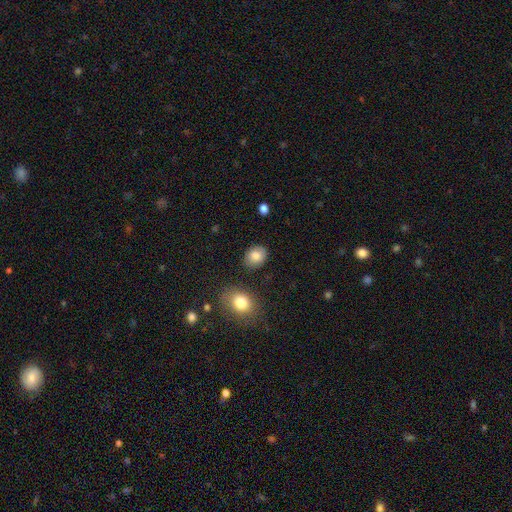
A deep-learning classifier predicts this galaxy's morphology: Smooth or featured?
  - smooth: 84% *
  - star or artifact: 8%
  - featured or disk: 8%
How rounded?
  - round: 50% *
  - in between: 49%
  - cigar-shaped: 1%
Merging?
  - none: 84% *
  - minor disturbance: 10%
  - merger: 3%
  - major disturbance: 3%